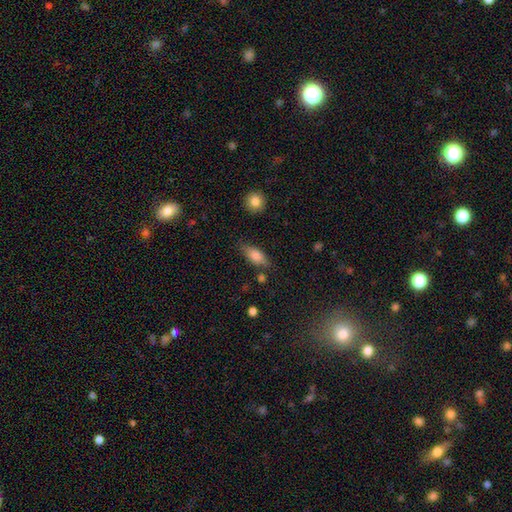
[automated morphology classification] A smooth galaxy with no disk features (77%) that is in between round and cigar-shaped (78%). Merging: none (71%).